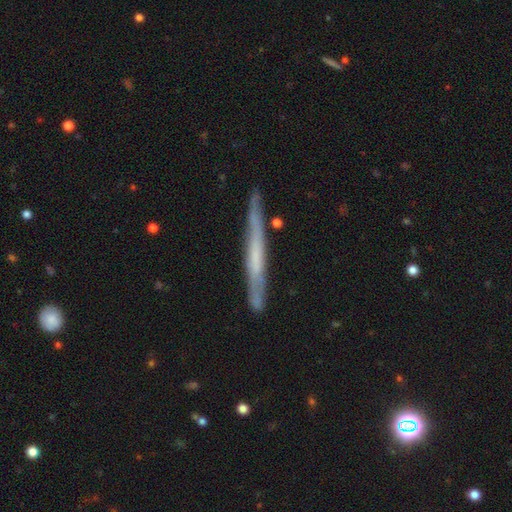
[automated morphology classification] This is possibly a featured or disk galaxy (58%). It is clearly viewed edge-on (93%). Edge-on bulge: likely none (79%). Merging: clearly none (82%).